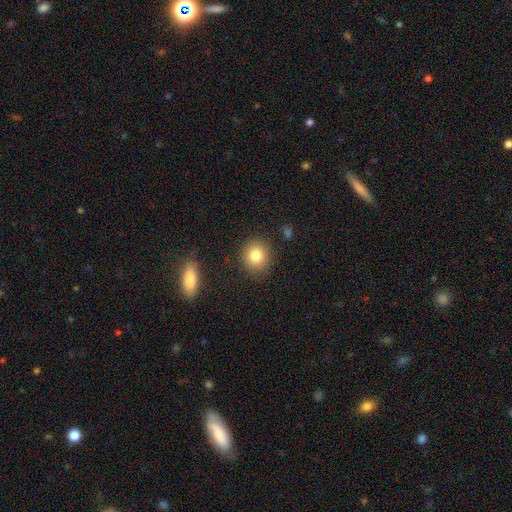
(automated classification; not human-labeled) smooth-or-featured: smooth: 83% | star or artifact: 10% | featured or disk: 8%
  how-rounded: round: 82% | in between: 17% | cigar-shaped: 1%
  merging: none: 87% | minor disturbance: 8% | major disturbance: 3% | merger: 2%